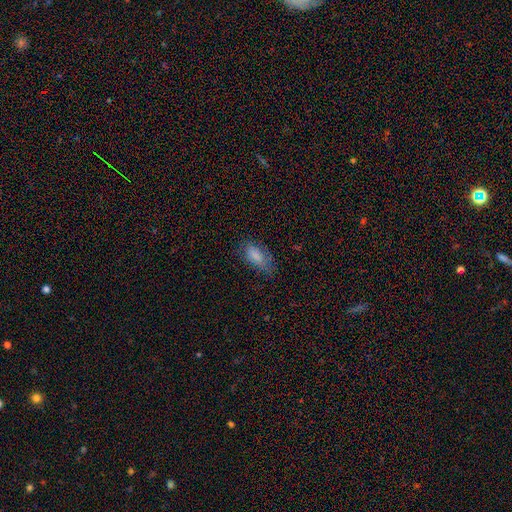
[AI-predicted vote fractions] Smooth or featured? smooth (77%)
How rounded? in between (86%)
Merging? none (62%)